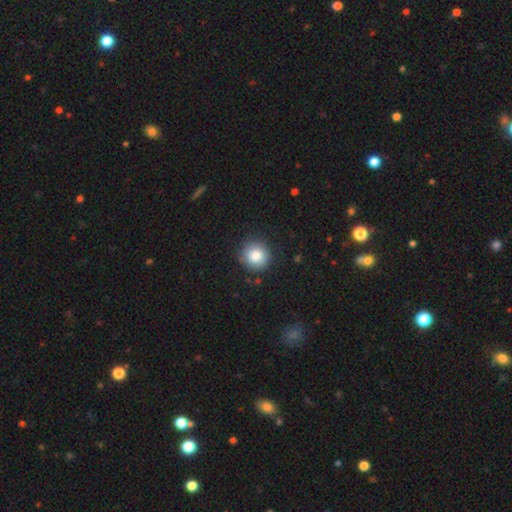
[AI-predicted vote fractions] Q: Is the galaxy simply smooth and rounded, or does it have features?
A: smooth — 83%.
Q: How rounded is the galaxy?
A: round — 92%.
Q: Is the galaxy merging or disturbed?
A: none — 85%.